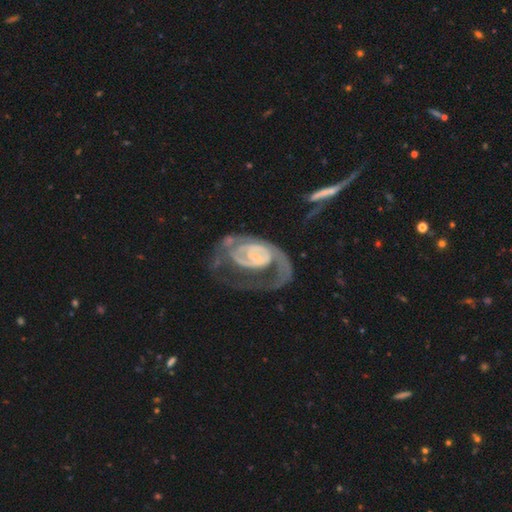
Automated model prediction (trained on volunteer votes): A featured or disk galaxy (80%) with no bar (70%), 1 (61%) tight (43%) spiral arms (82%) and no central bulge (50%). Merging: major disturbance (54%).